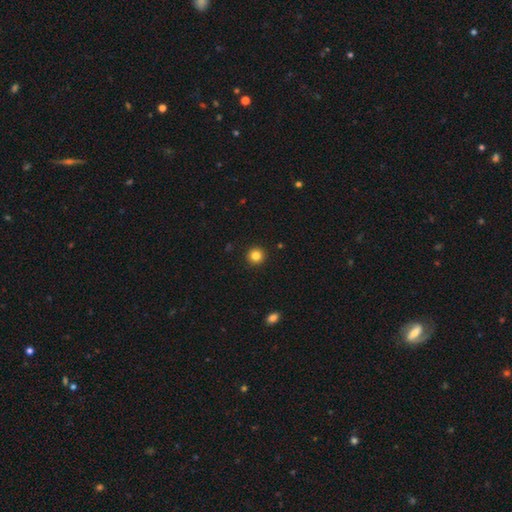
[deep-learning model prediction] This is clearly a smooth galaxy (83%). How rounded: clearly round (95%). Merging: clearly none (93%).